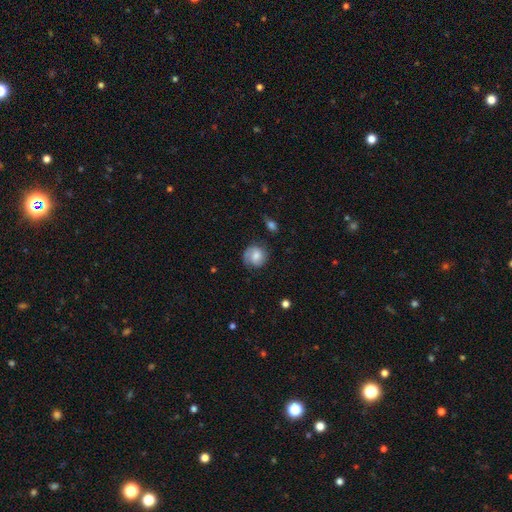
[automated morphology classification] This is possibly a smooth galaxy (48%). Merging: likely none (69%).